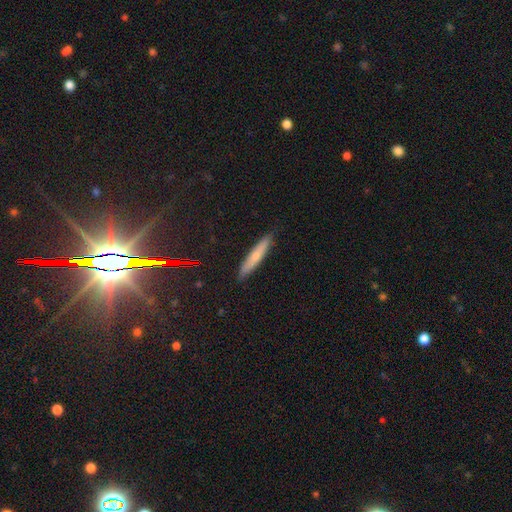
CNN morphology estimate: Smooth or featured? smooth (63%)
How rounded? cigar-shaped (91%)
Merging? none (89%)